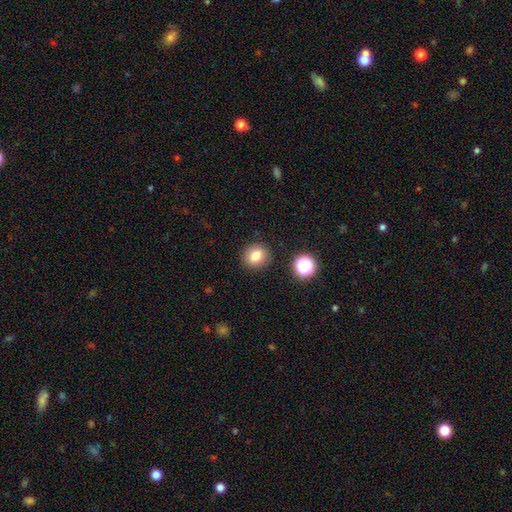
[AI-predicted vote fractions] smooth-or-featured: smooth: 80% | star or artifact: 12% | featured or disk: 8%
  how-rounded: round: 80% | in between: 19% | cigar-shaped: 1%
  merging: none: 88% | minor disturbance: 7% | major disturbance: 2% | merger: 2%